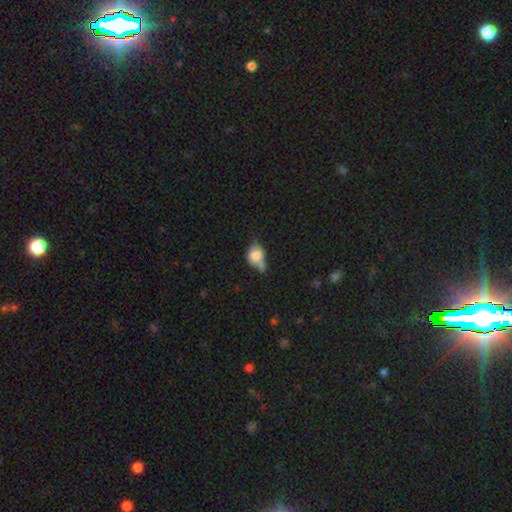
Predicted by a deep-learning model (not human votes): A smooth galaxy with no disk features (76%) that is in between round and cigar-shaped (58%). Merging: none (33%).